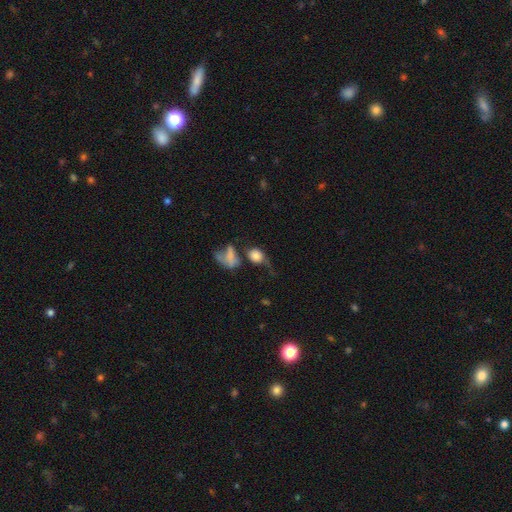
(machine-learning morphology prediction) A smooth galaxy with no disk features (71%) that is round (67%).

Vote fractions:
- Smooth or featured? smooth: 71% / featured or disk: 18% / star or artifact: 11%
- How rounded? round: 67% / in between: 30% / cigar-shaped: 3%
- Merging? none: 28% (tied) / merger: 28% (tied) / major disturbance: 27% / minor disturbance: 16%